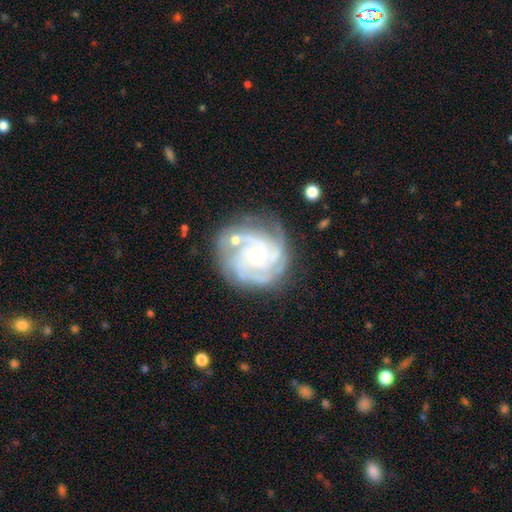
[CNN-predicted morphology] featured or disk 88%, smooth 6%, star or artifact 6%. Down the decision tree: edge-on disk — no (98%); bar — no (71%); spiral arms — yes (97%); spiral arm count — 3 (37%); spiral winding — tight (68%); bulge size — small (62%); merging — none (69%).